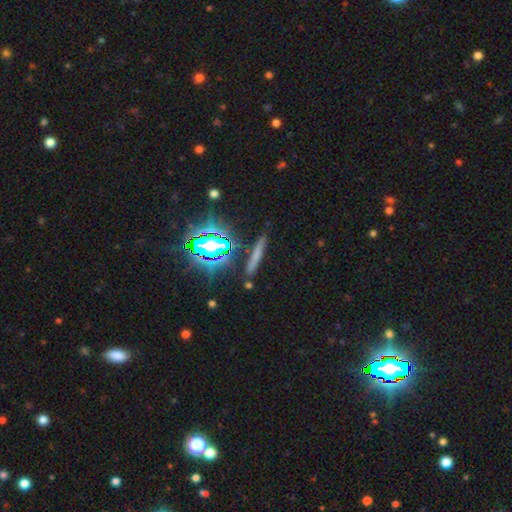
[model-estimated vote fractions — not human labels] A smooth galaxy with no disk features (54%) that is cigar-shaped (90%). Merging: none (84%).